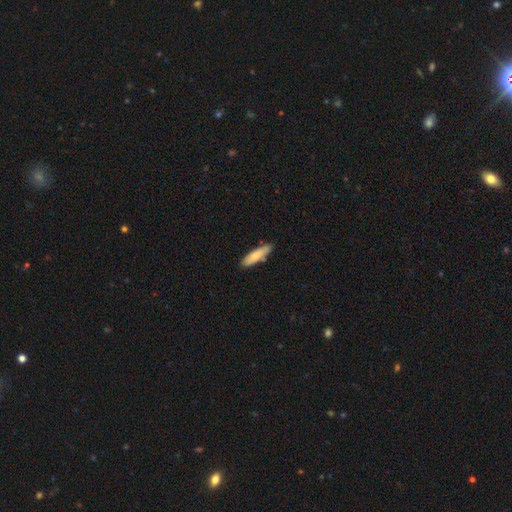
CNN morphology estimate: Smooth or featured?
  - smooth: 78% *
  - featured or disk: 17%
  - star or artifact: 6%
How rounded?
  - cigar-shaped: 64% *
  - in between: 35%
  - round: 2%
Merging?
  - none: 83% *
  - minor disturbance: 13%
  - merger: 2%
  - major disturbance: 2%